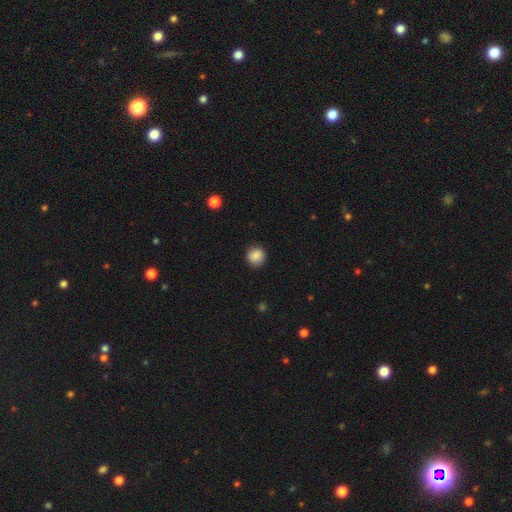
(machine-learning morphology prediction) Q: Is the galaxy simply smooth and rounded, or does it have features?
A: smooth — 87%.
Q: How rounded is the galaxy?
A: round — 89%.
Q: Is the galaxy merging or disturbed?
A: none — 87%.